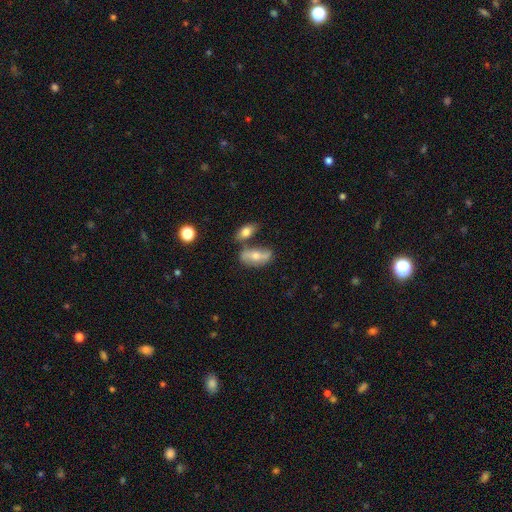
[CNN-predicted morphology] The model was most divided on "smooth or featured": smooth: 48%, featured or disk: 44%, star or artifact: 8%. More confident: merging — none (54%).